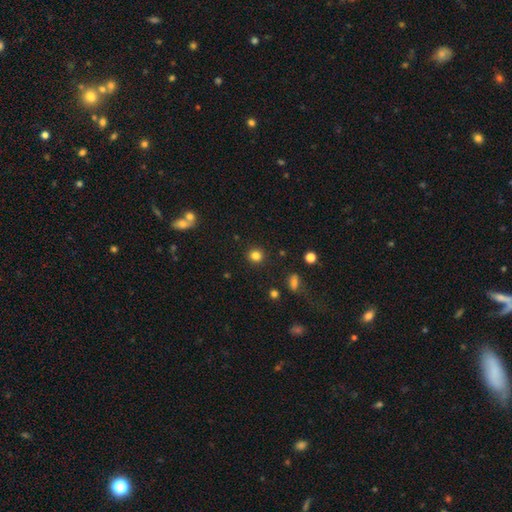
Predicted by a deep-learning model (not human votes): The model was most divided on "smooth or featured": smooth: 82%, star or artifact: 13%, featured or disk: 5%. More confident: how rounded — round (91%); merging — none (91%).